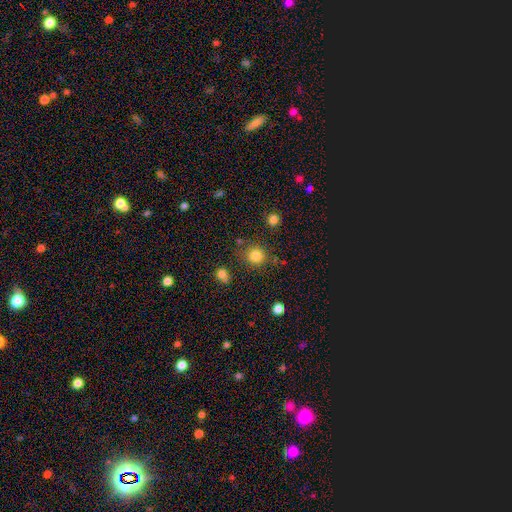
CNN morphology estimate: smooth-or-featured: smooth: 82% | star or artifact: 12% | featured or disk: 5%
  how-rounded: round: 90% | in between: 9% | cigar-shaped: 1%
  merging: none: 80% | minor disturbance: 10% | merger: 6% | major disturbance: 4%